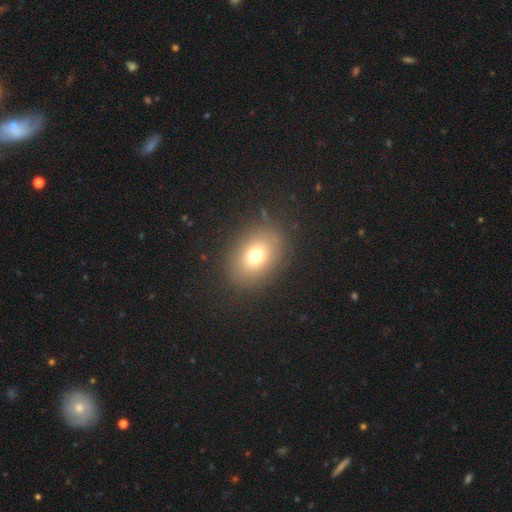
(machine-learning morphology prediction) smooth 71%, featured or disk 15%, star or artifact 14%. Down the decision tree: how rounded — in between (65%); merging — none (83%).